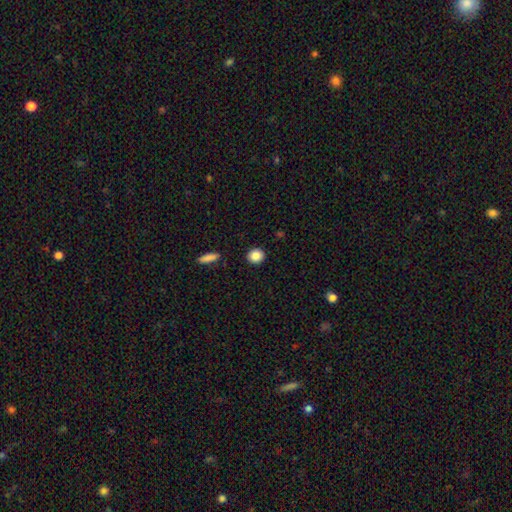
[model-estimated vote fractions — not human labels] The model was most divided on "how rounded": round: 77%, in between: 21%, cigar-shaped: 1%. More confident: merging — none (91%); smooth or featured — smooth (87%).